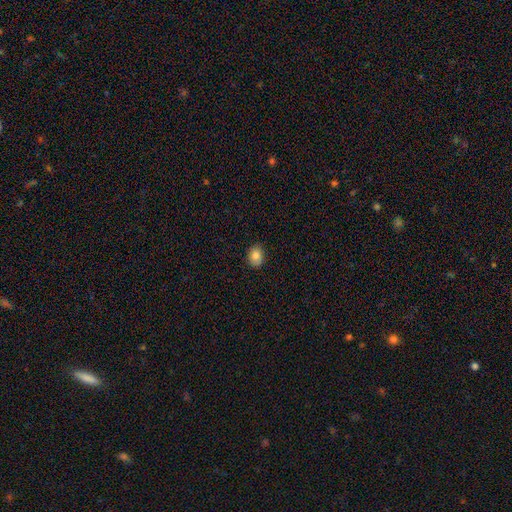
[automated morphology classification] Smooth or featured: smooth — 84% (star or artifact — 9%)
How rounded: in between — 61% (round — 38%)
Merging: none — 86% (minor disturbance — 11%)